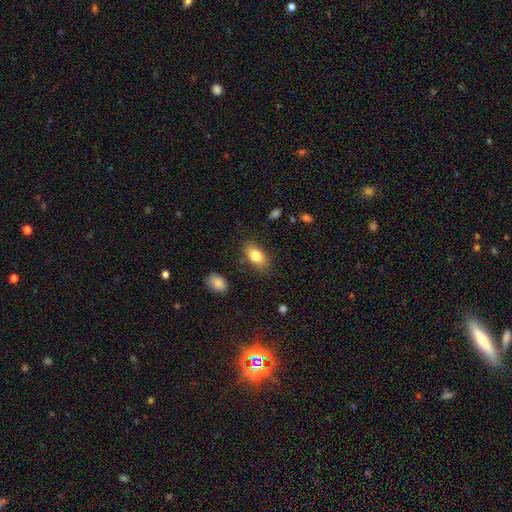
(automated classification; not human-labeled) Q: Smooth or featured?
A: smooth (81%); runner-up: featured or disk (12%)
Q: How rounded?
A: in between (90%); runner-up: round (6%)
Q: Merging?
A: none (83%); runner-up: minor disturbance (12%)